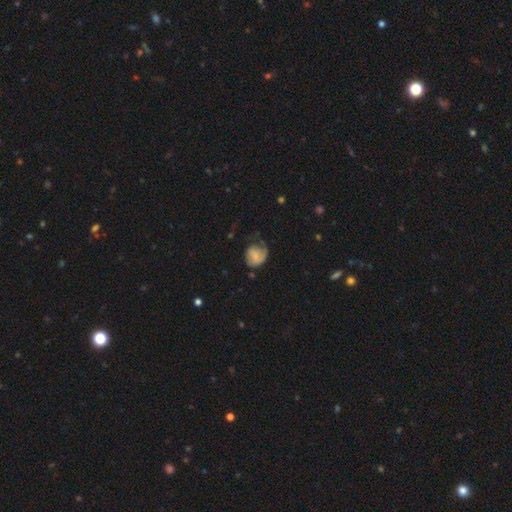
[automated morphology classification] Smooth or featured: smooth — 47% (featured or disk — 45%)
Merging: none — 42% (minor disturbance — 29%)